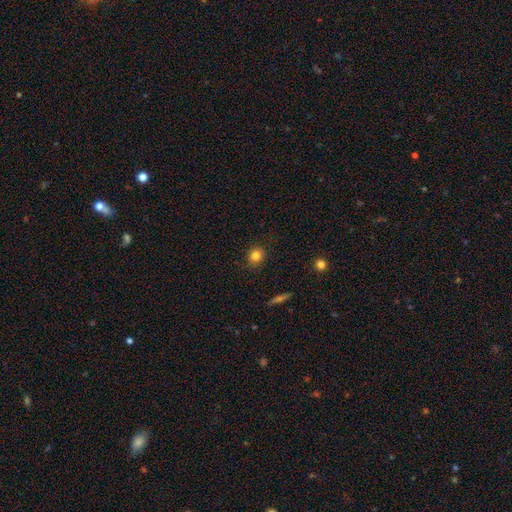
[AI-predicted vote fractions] smooth-or-featured: smooth: 82% | star or artifact: 11% | featured or disk: 7%
  how-rounded: round: 82% | in between: 17% | cigar-shaped: 1%
  merging: none: 87% | minor disturbance: 9% | major disturbance: 2% | merger: 1%